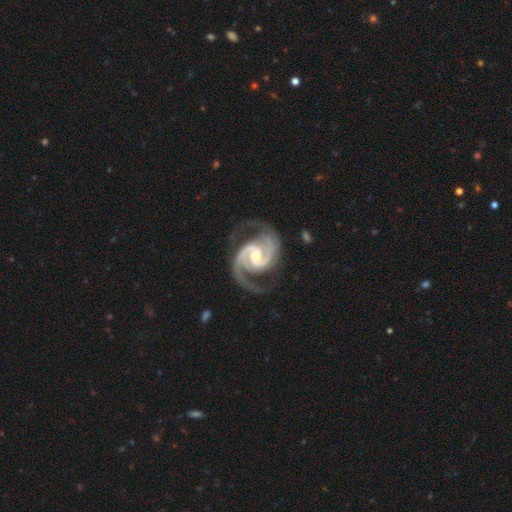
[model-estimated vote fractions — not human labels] Smooth or featured? Predicted: featured or disk (p=0.95). Edge-on disk? Predicted: no (p=0.98). Bar? Predicted: weak (p=0.45). Spiral arms? Predicted: yes (p=0.99). Spiral winding? Predicted: medium (p=0.59). Spiral arm count? Predicted: 2 (p=0.89). Bulge size? Predicted: small (p=0.51). Merging? Predicted: none (p=0.73).